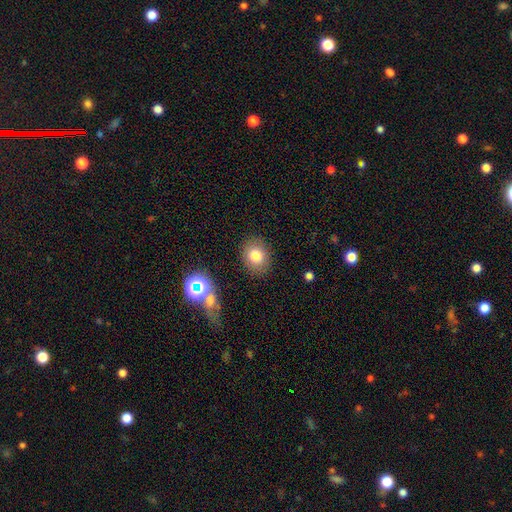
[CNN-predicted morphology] smooth-or-featured: smooth: 79% | star or artifact: 12% | featured or disk: 10%
  how-rounded: round: 59% | in between: 40% | cigar-shaped: 1%
  merging: none: 85% | minor disturbance: 10% | major disturbance: 3% | merger: 3%